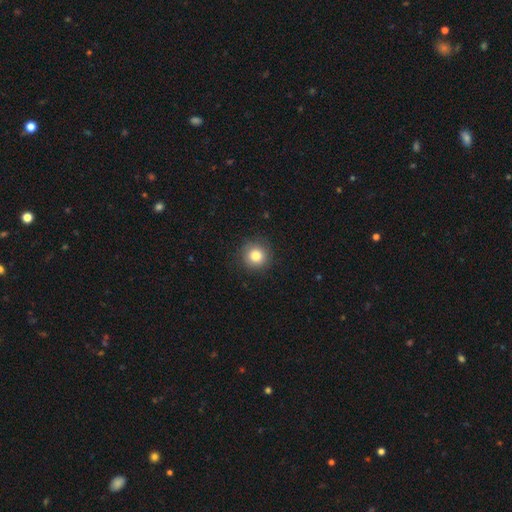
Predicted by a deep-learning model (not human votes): Morphology: type=smooth (82%); roundness=round (94%); merging=none (89%).